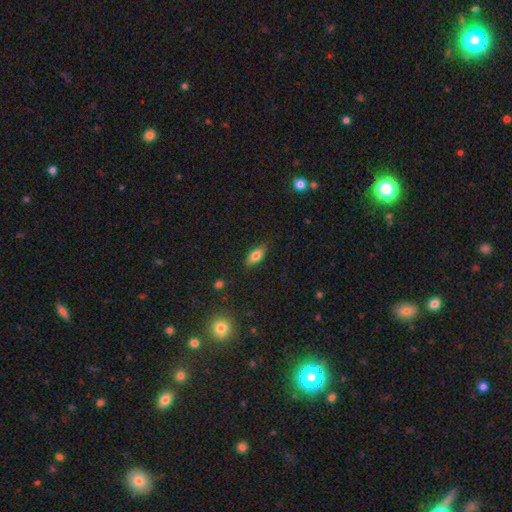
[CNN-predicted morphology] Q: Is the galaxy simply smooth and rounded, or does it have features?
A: smooth — 67%.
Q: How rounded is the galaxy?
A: in between — 75%.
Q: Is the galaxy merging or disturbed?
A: none — 83%.